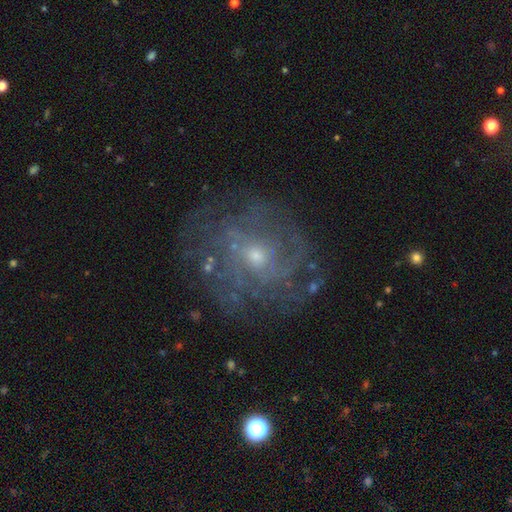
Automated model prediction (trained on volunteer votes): Smooth or featured? featured or disk (70%)
Edge-on disk? no (96%)
Bar? no (70%)
Spiral arms? yes (65%)
Bulge size? small (61%)
Merging? none (73%)